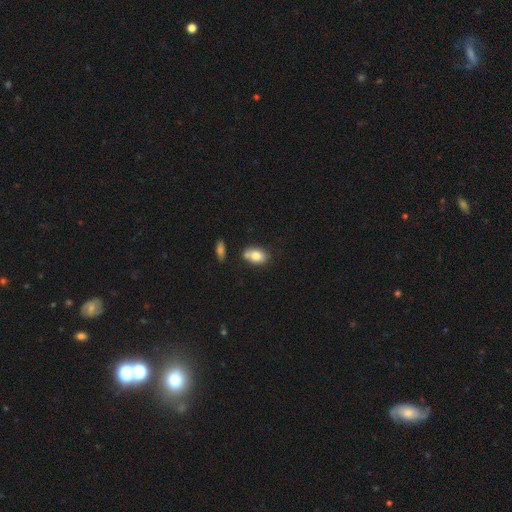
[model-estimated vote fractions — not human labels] A smooth galaxy with no disk features (79%) that is in between round and cigar-shaped (82%). Merging: none (56%).